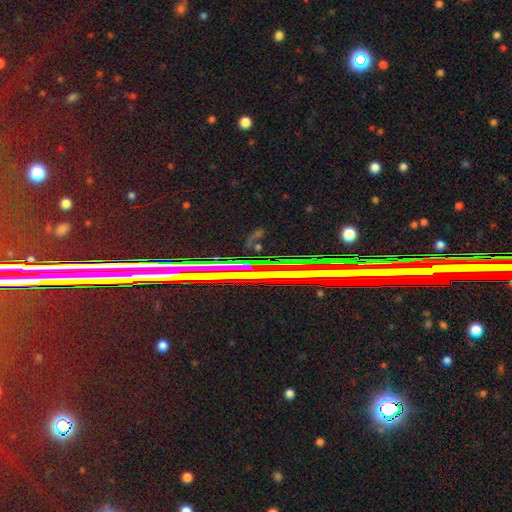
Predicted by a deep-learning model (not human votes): star or artifact 73%, featured or disk 16%, smooth 10%.